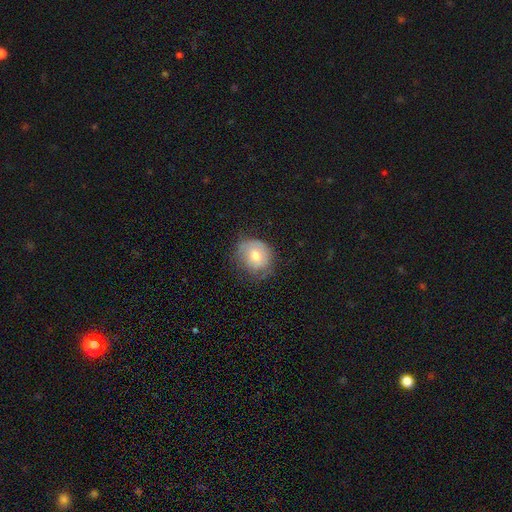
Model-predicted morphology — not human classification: Smooth or featured? smooth (61%)
How rounded? round (75%)
Merging? none (58%)